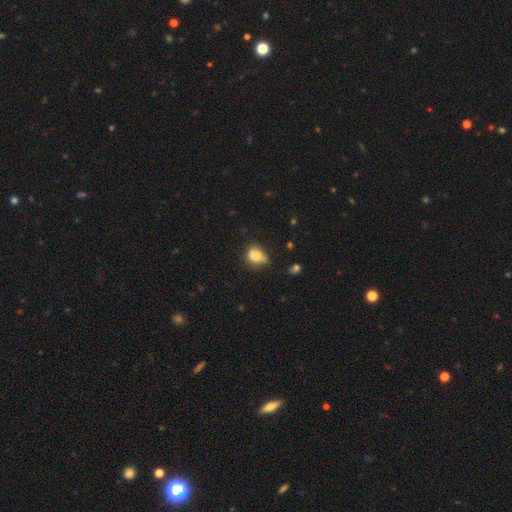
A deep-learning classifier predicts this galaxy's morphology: This appears to be a smooth galaxy with no disk features (64%) that is in between round and cigar-shaped (59%). Merging: none (39%).